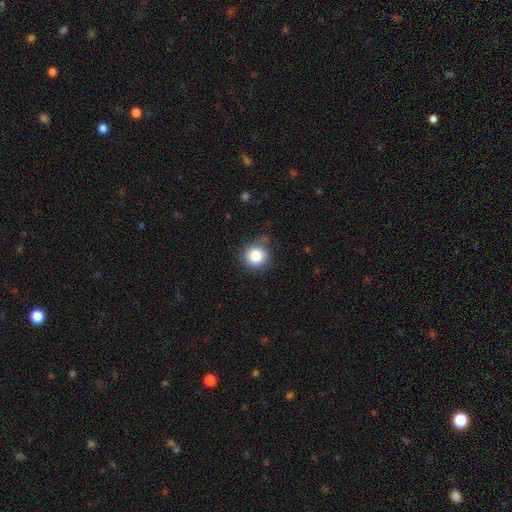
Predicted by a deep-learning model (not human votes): A smooth galaxy with no disk features (84%) that is round (93%).

Vote fractions:
- Smooth or featured? smooth: 84% / star or artifact: 10% / featured or disk: 6%
- How rounded? round: 93% / in between: 7% / cigar-shaped: 1%
- Merging? none: 78% / minor disturbance: 16% / major disturbance: 4% / merger: 2%